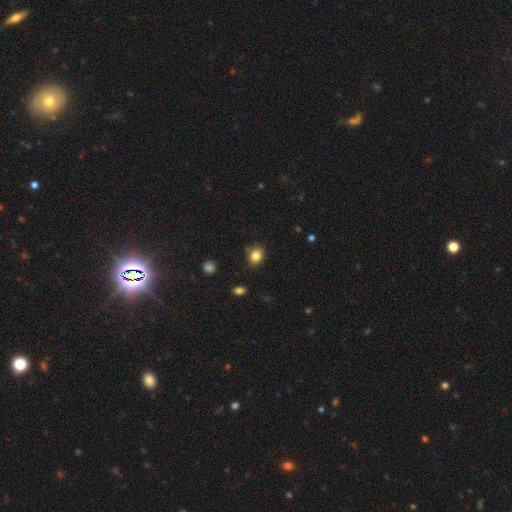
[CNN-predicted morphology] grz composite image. It shows a smooth galaxy with no disk features (84%) that is round (59%). Merging: none (82%).